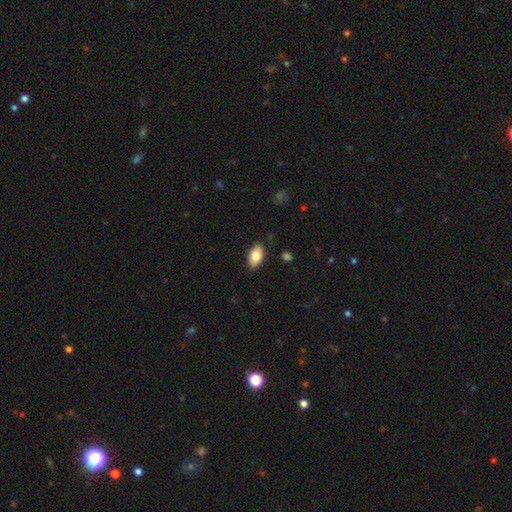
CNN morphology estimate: Smooth or featured: smooth — 80% (featured or disk — 13%)
How rounded: in between — 93% (round — 5%)
Merging: none — 86% (minor disturbance — 11%)